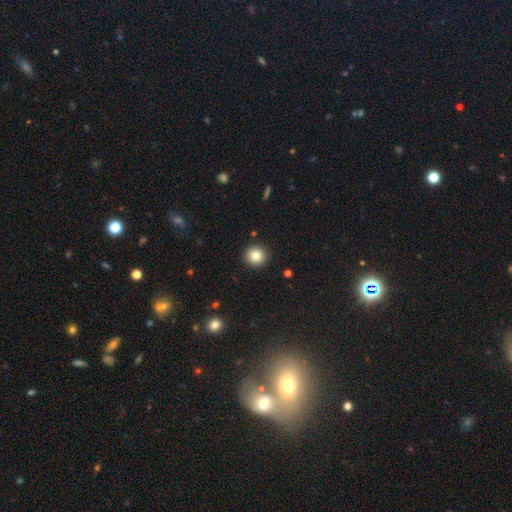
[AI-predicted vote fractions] The model was most divided on "smooth or featured": smooth: 81%, star or artifact: 10%, featured or disk: 8%. More confident: how rounded — round (94%); merging — none (92%).